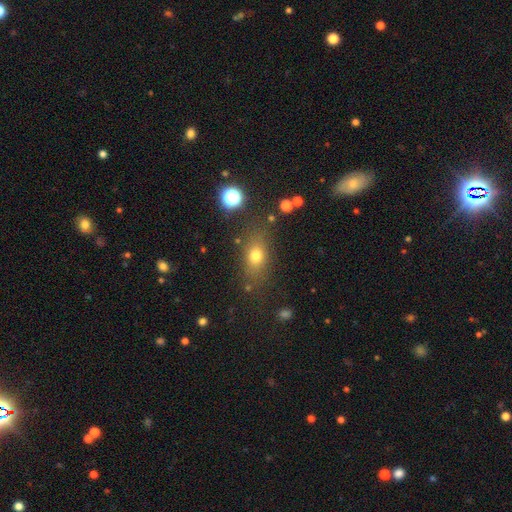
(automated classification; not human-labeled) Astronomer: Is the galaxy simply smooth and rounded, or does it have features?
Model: smooth — 71%.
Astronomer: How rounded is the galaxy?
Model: in between — 61%.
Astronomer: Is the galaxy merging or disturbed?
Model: none — 76%.